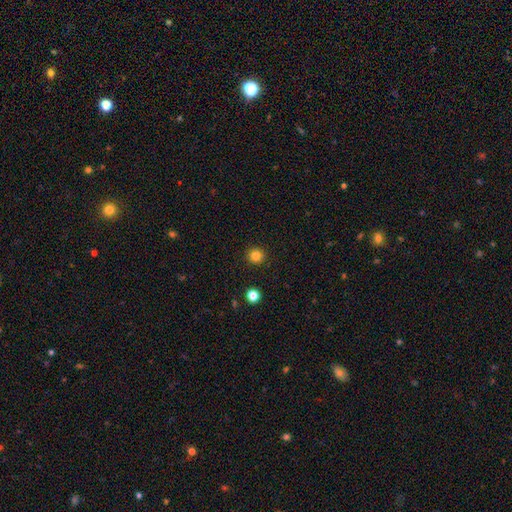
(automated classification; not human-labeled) smooth-or-featured: smooth: 83% | star or artifact: 13% | featured or disk: 4%
  how-rounded: round: 94% | in between: 5% | cigar-shaped: 1%
  merging: none: 93% | minor disturbance: 5% | major disturbance: 2% | merger: 1%